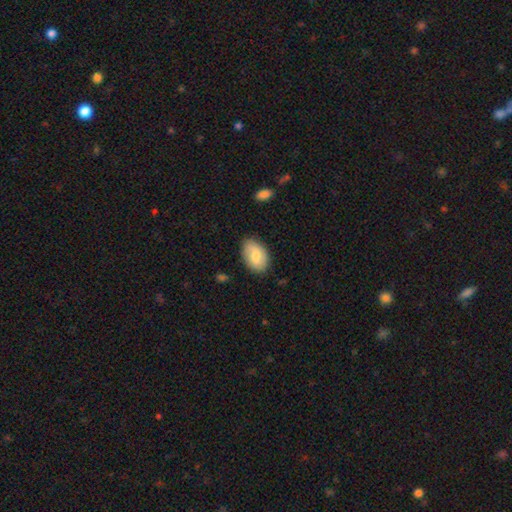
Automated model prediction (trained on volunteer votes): smooth-or-featured: smooth: 75% | featured or disk: 19% | star or artifact: 6%
  how-rounded: in between: 91% | round: 8% | cigar-shaped: 1%
  merging: none: 80% | minor disturbance: 16% | major disturbance: 3% | merger: 1%